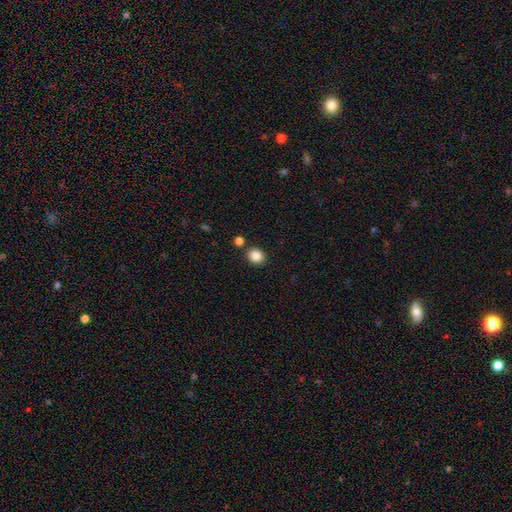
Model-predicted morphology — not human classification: Overall: smooth (86%). How rounded: round (66%; in between 33%). Merging: none (84%).